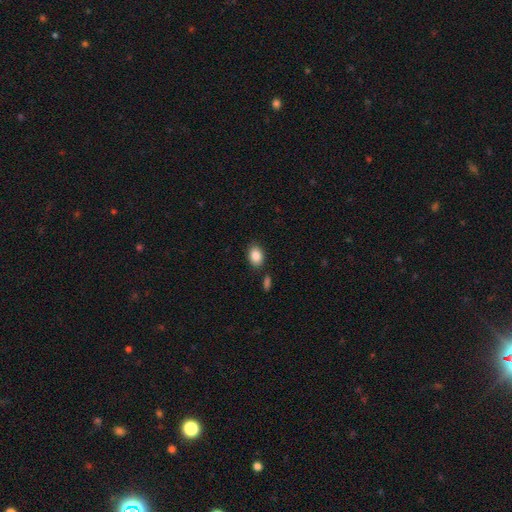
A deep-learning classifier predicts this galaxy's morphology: Smooth or featured?
  - smooth: 87% *
  - star or artifact: 8%
  - featured or disk: 5%
How rounded?
  - in between: 82% *
  - round: 17%
  - cigar-shaped: 1%
Merging?
  - none: 82% *
  - minor disturbance: 11%
  - merger: 4%
  - major disturbance: 3%